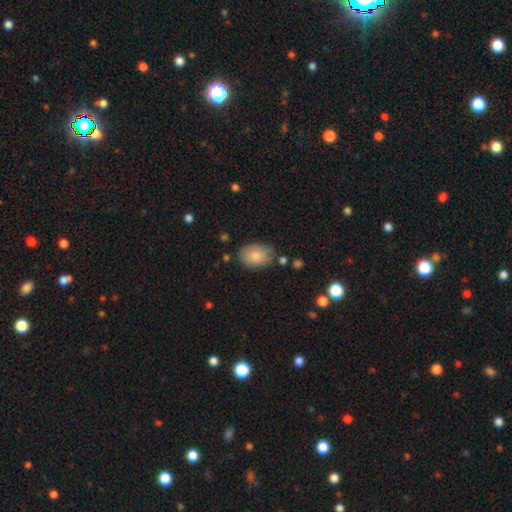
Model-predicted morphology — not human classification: This appears to be a smooth galaxy with no disk features (81%) that is in between round and cigar-shaped (85%). Merging: none (73%).